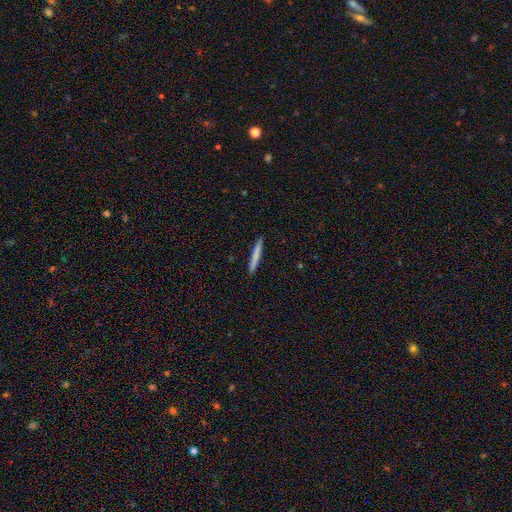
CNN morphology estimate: smooth_or_featured: smooth (p=0.75) [alt: featured or disk p=0.20]
how_rounded: cigar-shaped (p=0.97) [alt: in between p=0.02]
merging: none (p=0.92) [alt: minor disturbance p=0.06]